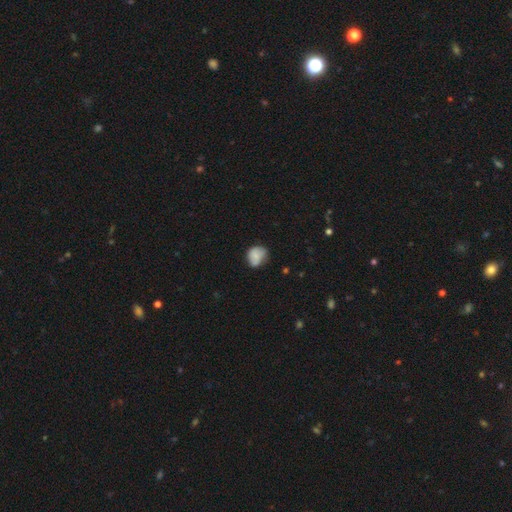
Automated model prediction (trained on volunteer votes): smooth 74%, featured or disk 18%, star or artifact 8%. Down the decision tree: how rounded — round (50%); merging — none (45%).